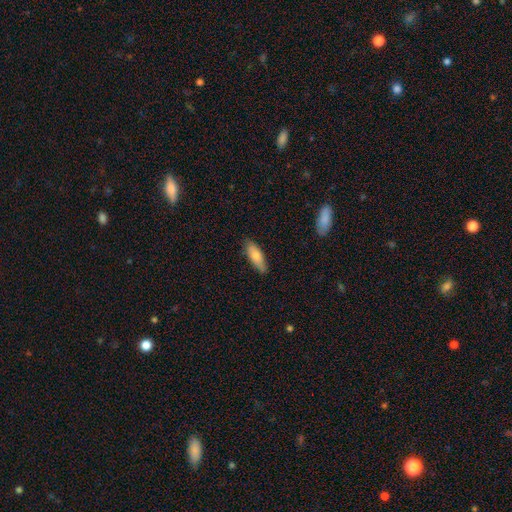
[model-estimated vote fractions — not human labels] smooth 76%, featured or disk 18%, star or artifact 6%. Down the decision tree: how rounded — in between (57%); merging — none (82%).